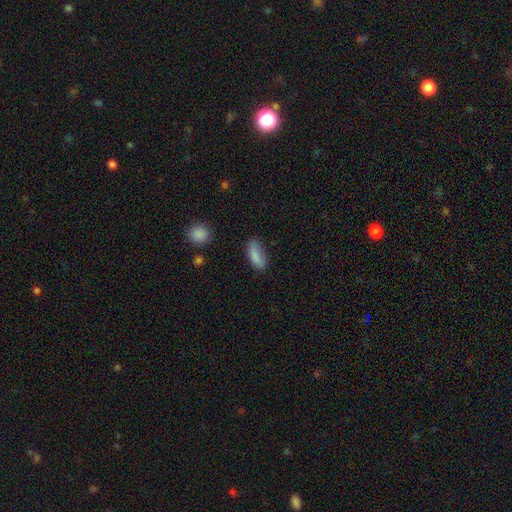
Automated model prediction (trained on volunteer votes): Smooth or featured? Predicted: smooth (p=0.84). How rounded? Predicted: in between (p=0.79). Merging? Predicted: none (p=0.65).